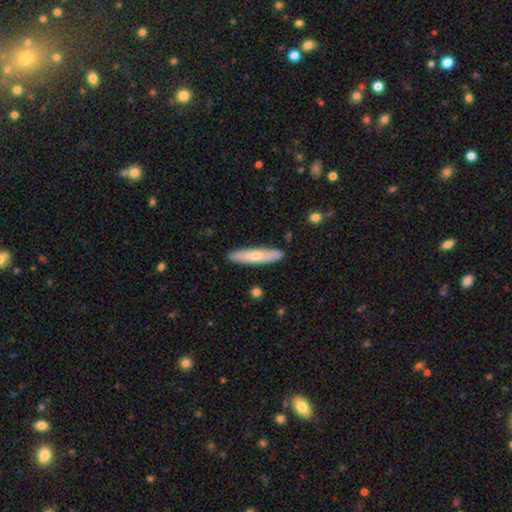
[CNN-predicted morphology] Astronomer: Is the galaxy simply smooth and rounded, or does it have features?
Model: smooth — 58% (runner-up: featured or disk, 36%).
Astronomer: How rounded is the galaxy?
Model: cigar-shaped — 87%.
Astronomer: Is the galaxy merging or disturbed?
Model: none — 90%.